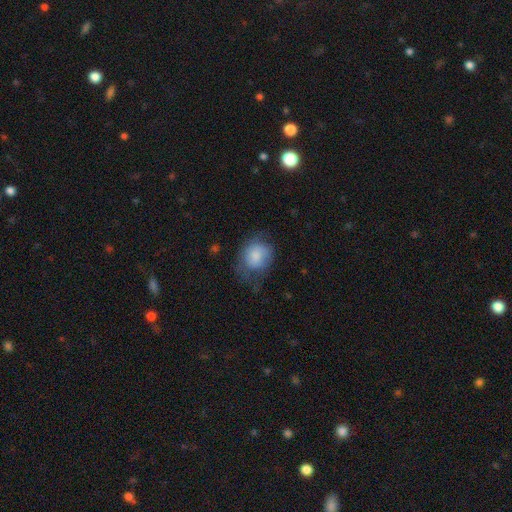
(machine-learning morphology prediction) Smooth or featured? smooth (74%)
How rounded? round (61%)
Merging? none (41%)